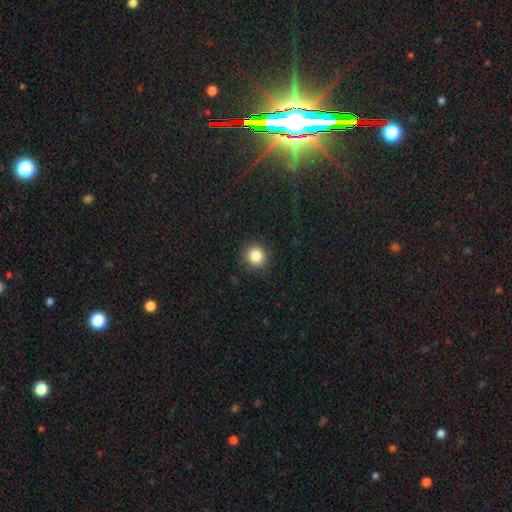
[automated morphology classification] Smooth or featured: smooth — 85% (star or artifact — 11%)
How rounded: round — 92% (in between — 7%)
Merging: none — 90% (minor disturbance — 7%)